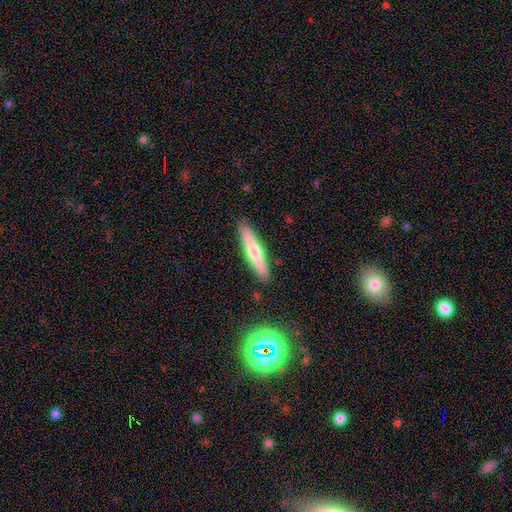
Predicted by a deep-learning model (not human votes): smooth 49%, featured or disk 45%, star or artifact 6%. Down the decision tree: merging — none (89%).